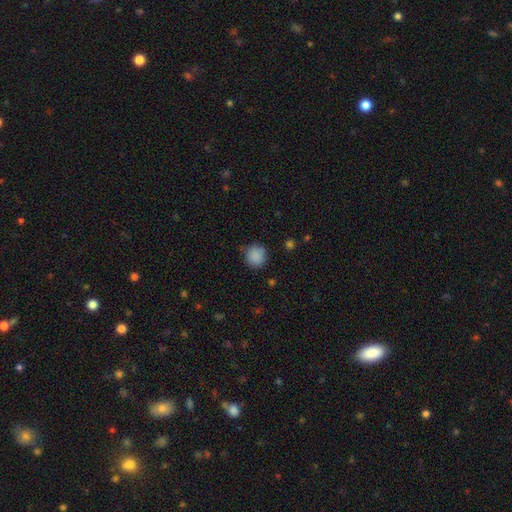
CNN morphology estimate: This appears to be a smooth galaxy with no disk features (87%) that is round (91%). Merging: none (81%).